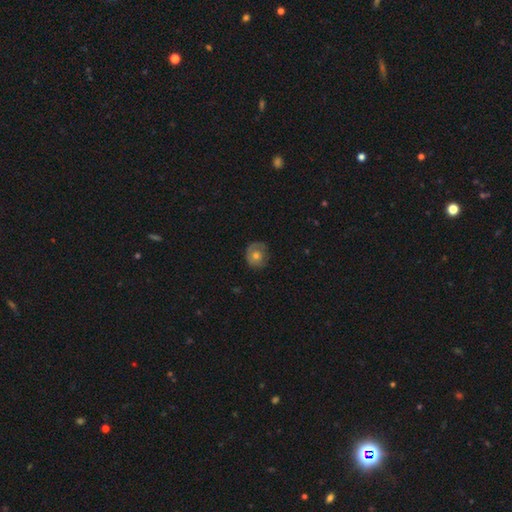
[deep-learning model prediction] A smooth galaxy with no disk features (54%) that is round (80%).

Vote fractions:
- Smooth or featured? smooth: 54% / featured or disk: 38% / star or artifact: 8%
- How rounded? round: 80% / in between: 19% / cigar-shaped: 1%
- Merging? none: 72% / minor disturbance: 20% / major disturbance: 6% / merger: 1%